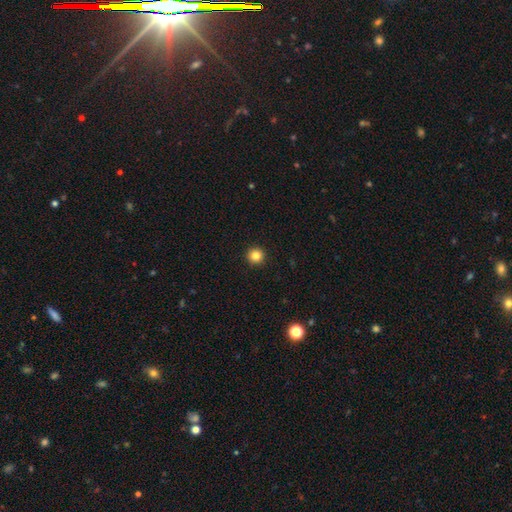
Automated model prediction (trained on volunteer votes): Morphology: type=smooth (84%); roundness=round (96%); merging=none (94%).